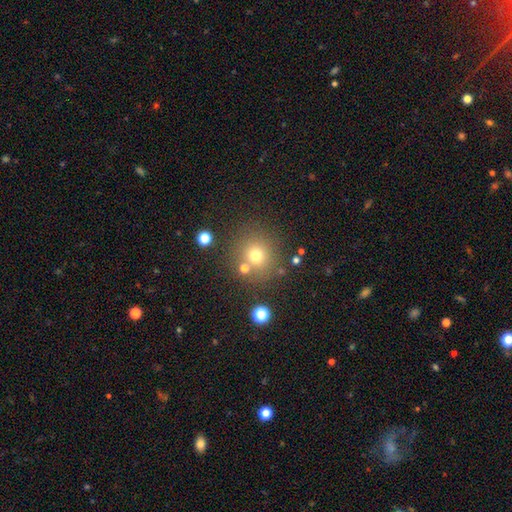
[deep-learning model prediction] Morphology: type=smooth (70%); roundness=round (91%); merging=none (78%).